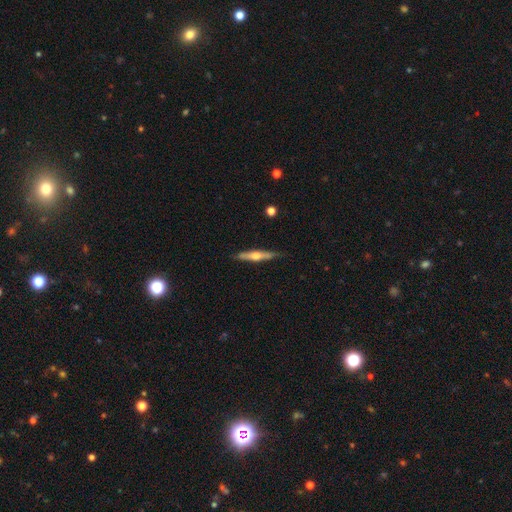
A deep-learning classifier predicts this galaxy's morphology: This appears to be a featured or disk galaxy (60%) viewed edge-on (96%) with a rounded central bulge (86%). Merging: none (85%).